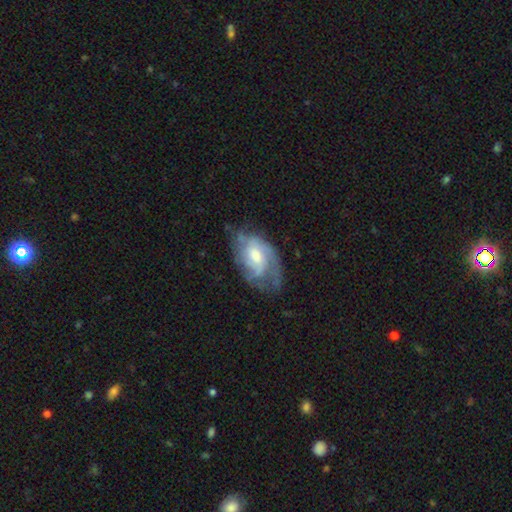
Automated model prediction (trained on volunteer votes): Smooth or featured?
  - featured or disk: 79% *
  - smooth: 15%
  - star or artifact: 6%
Edge-on disk?
  - no: 96% *
  - yes: 4%
Bar?
  - no: 50% *
  - weak: 42%
  - strong: 8%
Spiral arms?
  - yes: 91% *
  - no: 9%
Spiral winding?
  - medium: 42% * (tied)
  - tight: 42% * (tied)
  - loose: 16%
Spiral arm count?
  - 2: 35% *
  - can't tell: 31%
  - 3: 19%
  - 1: 7%
  - 4: 5%
  - more than 4: 3%
Bulge size?
  - moderate: 61% *
  - small: 26%
  - large: 10%
  - none: 3%
  - dominant: 1%
Merging?
  - none: 56% *
  - minor disturbance: 26%
  - major disturbance: 17%
  - merger: 2%